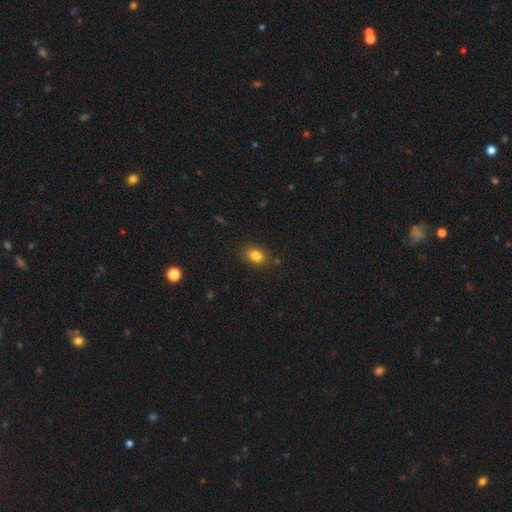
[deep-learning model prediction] This is clearly a smooth galaxy (83%). How rounded: likely in between (72%). Merging: clearly none (85%).